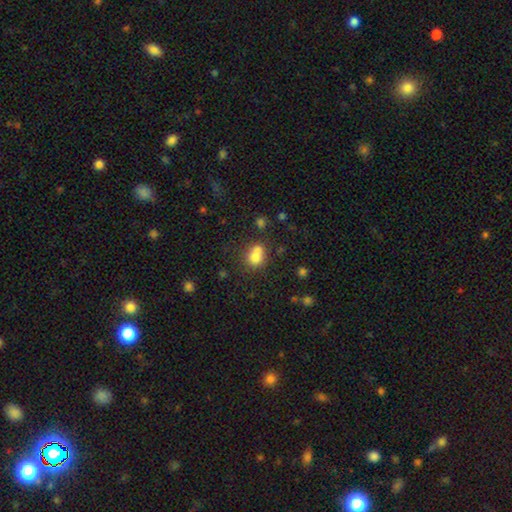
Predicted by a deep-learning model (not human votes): Smooth or featured: smooth — 72% (featured or disk — 15%)
How rounded: round — 67% (in between — 32%)
Merging: merger — 51% (none — 34%)